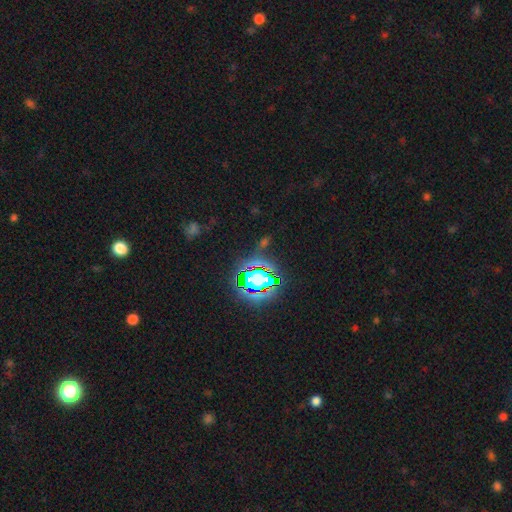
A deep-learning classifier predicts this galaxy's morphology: A star or artifact, not a galaxy (80%).